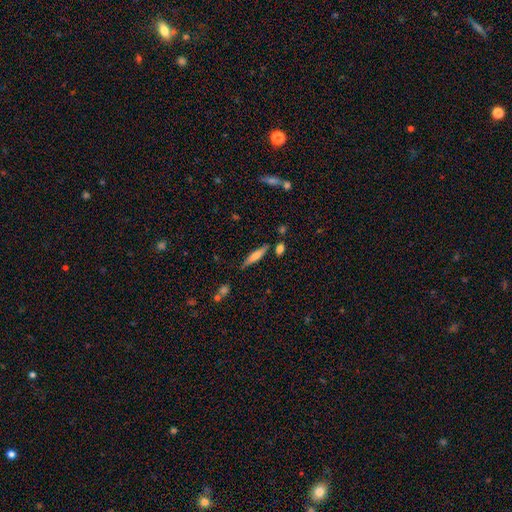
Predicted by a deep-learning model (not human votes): Smooth or featured? Predicted: smooth (p=0.56). How rounded? Predicted: cigar-shaped (p=0.81). Merging? Predicted: none (p=0.77).